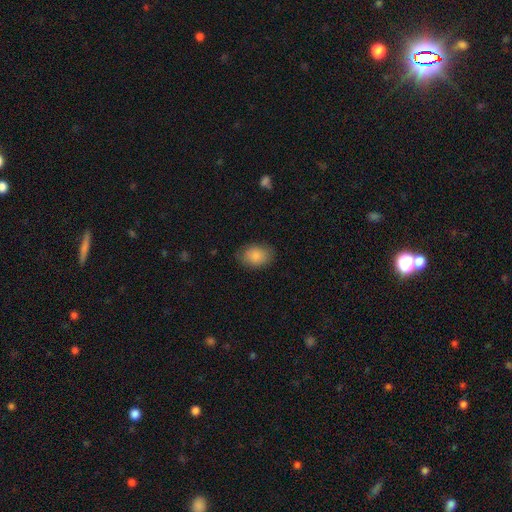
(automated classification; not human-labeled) Q: Smooth or featured?
A: smooth (86%); runner-up: star or artifact (7%)
Q: How rounded?
A: in between (77%); runner-up: round (22%)
Q: Merging?
A: none (80%); runner-up: minor disturbance (15%)